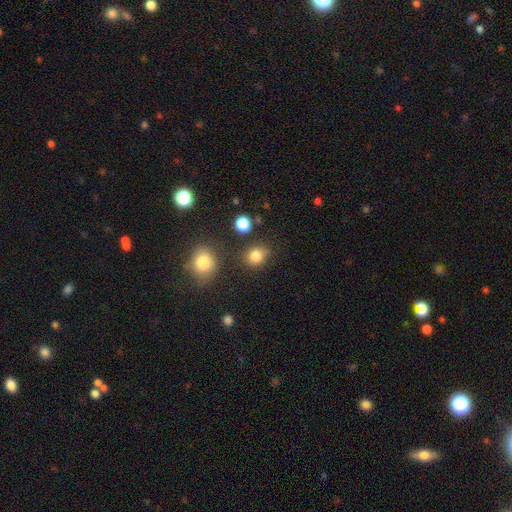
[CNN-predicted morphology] Overall: smooth (82%). How rounded: round (72%). Merging: none (72%).